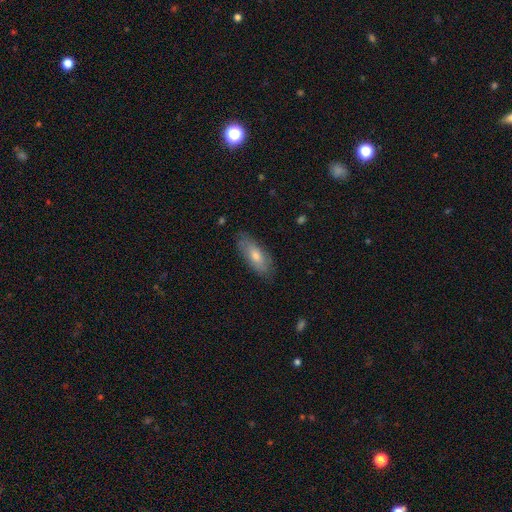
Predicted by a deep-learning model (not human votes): smooth 64%, featured or disk 29%, star or artifact 7%. Down the decision tree: how rounded — in between (69%); merging — none (82%).